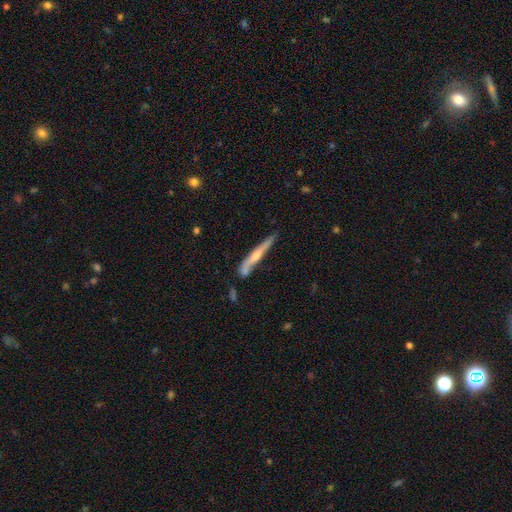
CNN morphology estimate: featured or disk 66%, smooth 27%, star or artifact 8%. Down the decision tree: edge-on disk — yes (93%); edge-on bulge — rounded (76%); merging — none (75%).